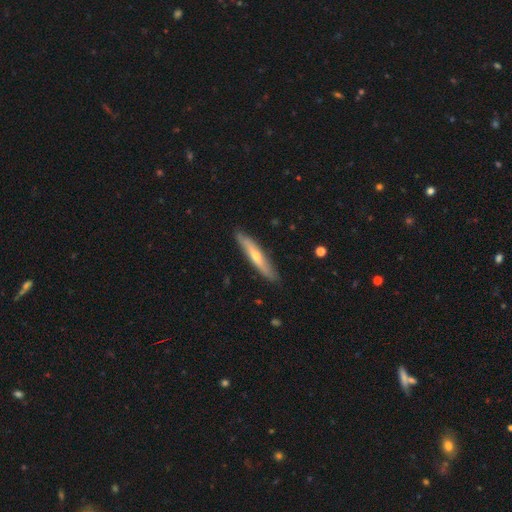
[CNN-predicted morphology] Q: Smooth or featured?
A: featured or disk (55%); runner-up: smooth (40%)
Q: Edge-on disk?
A: yes (86%); runner-up: no (14%)
Q: Merging?
A: none (87%); runner-up: minor disturbance (10%)